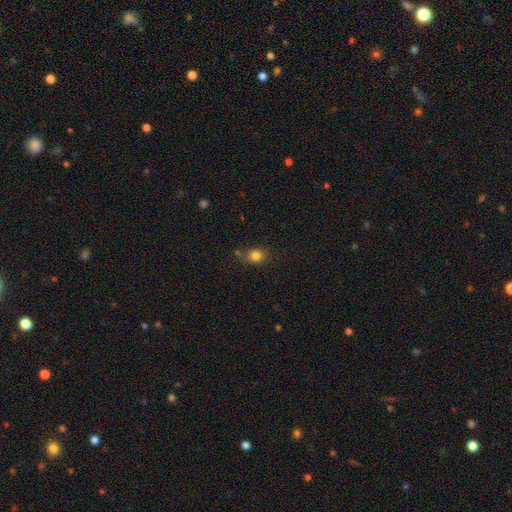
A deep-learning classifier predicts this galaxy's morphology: Overall: smooth (82%). How rounded: round (67%; in between 32%). Merging: none (73%).